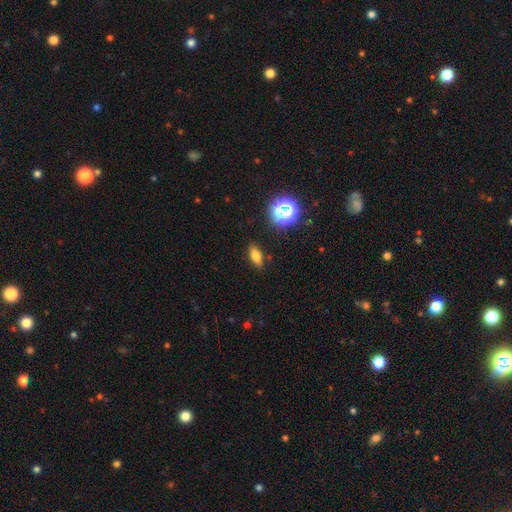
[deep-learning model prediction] A smooth galaxy with no disk features (68%) that is in between round and cigar-shaped (73%).

Vote fractions:
- Smooth or featured? smooth: 68% / featured or disk: 17% / star or artifact: 15%
- How rounded? in between: 73% / cigar-shaped: 19% / round: 8%
- Merging? none: 87% / minor disturbance: 9% / major disturbance: 2% / merger: 2%